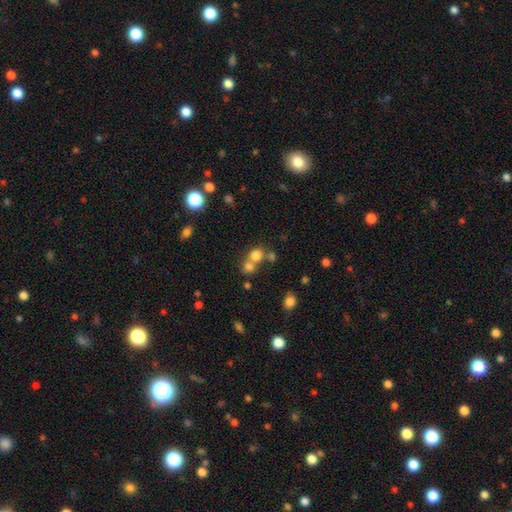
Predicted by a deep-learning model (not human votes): This is likely a smooth galaxy (74%). How rounded: likely round (80%). Merging: possibly merger (46%).